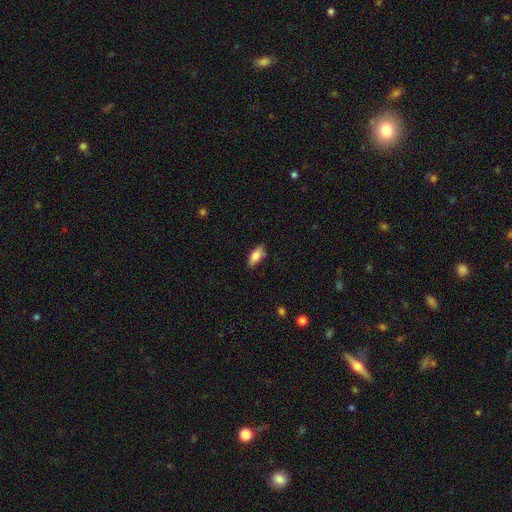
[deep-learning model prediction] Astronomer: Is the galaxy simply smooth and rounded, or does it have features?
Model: smooth — 85%.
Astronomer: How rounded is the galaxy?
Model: in between — 85%.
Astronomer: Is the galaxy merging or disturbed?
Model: none — 77%.